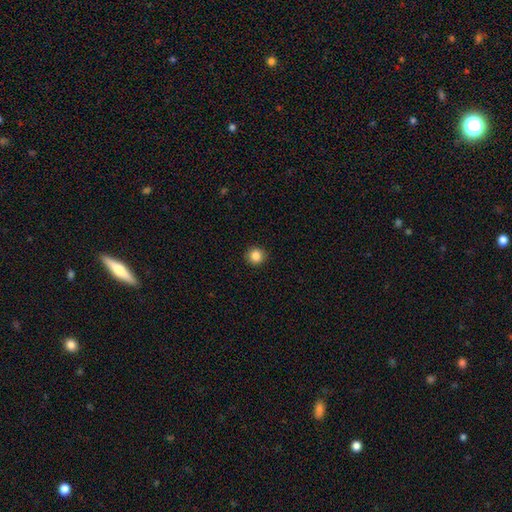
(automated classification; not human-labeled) smooth-or-featured: smooth: 85% | star or artifact: 11% | featured or disk: 4%
  how-rounded: round: 93% | in between: 6% | cigar-shaped: 1%
  merging: none: 92% | minor disturbance: 5% | major disturbance: 2% | merger: 1%